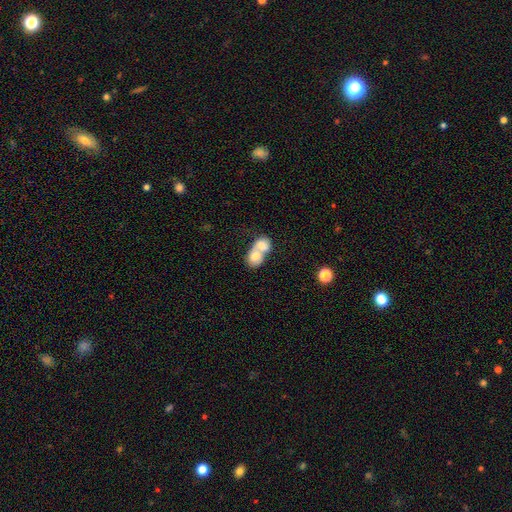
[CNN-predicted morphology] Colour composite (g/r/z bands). It shows a smooth galaxy with no disk features (68%) that is in between round and cigar-shaped (50%). Merging: merger (82%).